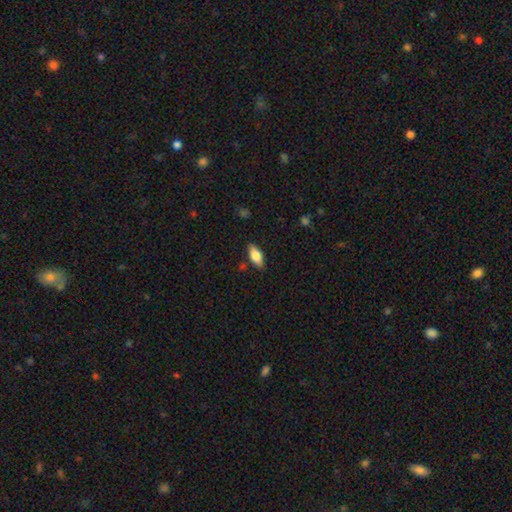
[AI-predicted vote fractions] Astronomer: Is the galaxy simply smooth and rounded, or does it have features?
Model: smooth — 77%.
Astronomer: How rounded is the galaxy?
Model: in between — 84%.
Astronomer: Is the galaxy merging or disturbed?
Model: none — 84%.